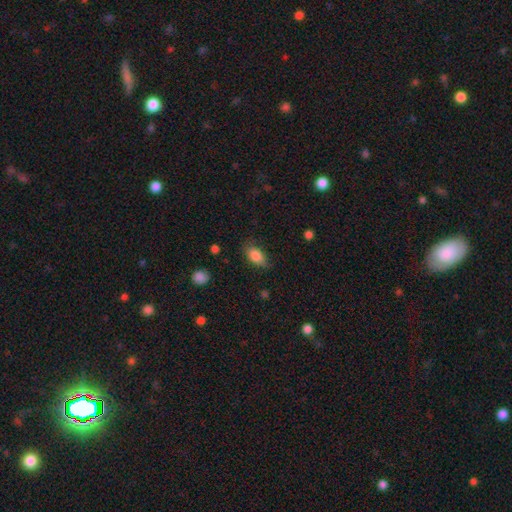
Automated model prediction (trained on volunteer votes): A smooth galaxy with no disk features (83%) that is in between round and cigar-shaped (88%). Merging: none (71%).